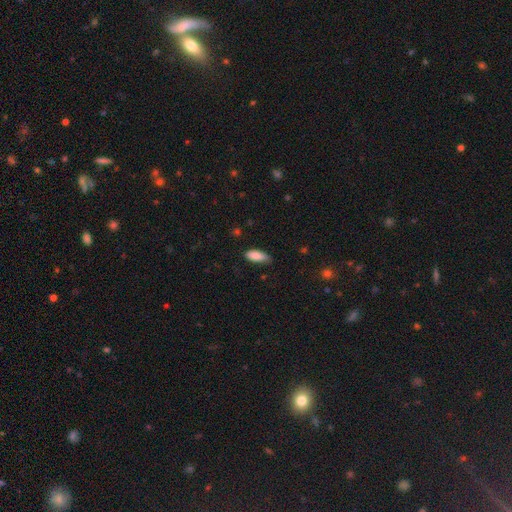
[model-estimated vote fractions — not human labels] A smooth galaxy with no disk features (86%) that is in between round and cigar-shaped (76%). Merging: none (63%).